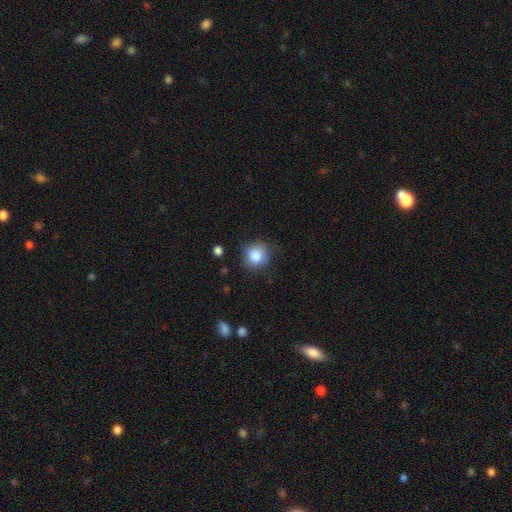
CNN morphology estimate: Overall: smooth (83%). How rounded: round (86%). Merging: none (75%).